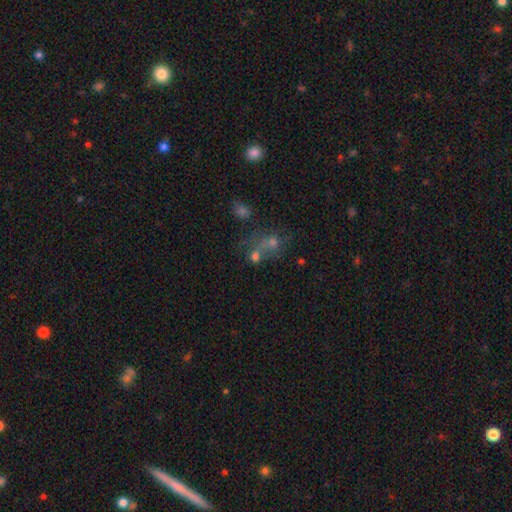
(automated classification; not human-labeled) Q: Smooth or featured?
A: smooth (58%); runner-up: star or artifact (24%)
Q: How rounded?
A: round (61%); runner-up: in between (37%)
Q: Merging?
A: merger (50%); runner-up: none (30%)